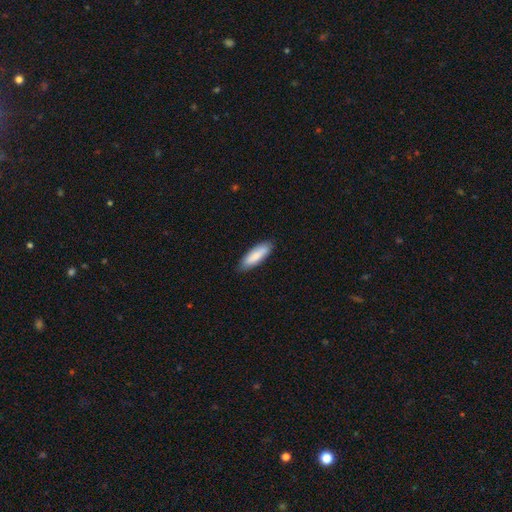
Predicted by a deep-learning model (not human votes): Overall: smooth (86%). How rounded: cigar-shaped (50%; in between 49%). Merging: none (87%).